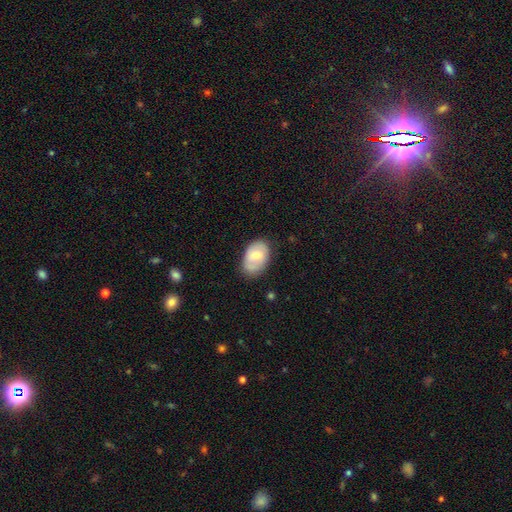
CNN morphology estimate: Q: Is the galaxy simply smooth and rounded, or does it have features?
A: smooth — 65%.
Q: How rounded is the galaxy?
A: in between — 88%.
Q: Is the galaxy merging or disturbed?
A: none — 68%.